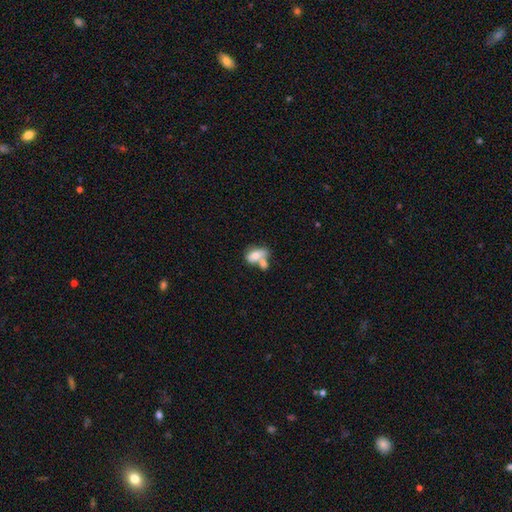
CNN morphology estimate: This is likely a smooth galaxy (70%). How rounded: clearly in between (85%). Merging: possibly merger (59%).